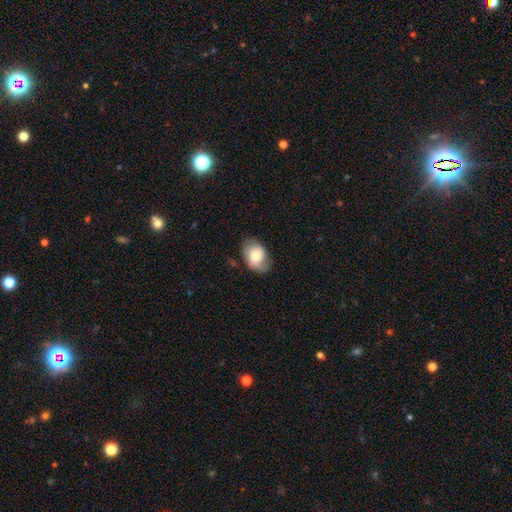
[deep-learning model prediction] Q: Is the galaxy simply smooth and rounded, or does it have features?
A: smooth — 63%.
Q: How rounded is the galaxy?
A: in between — 78%.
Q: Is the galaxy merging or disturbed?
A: none — 66%.